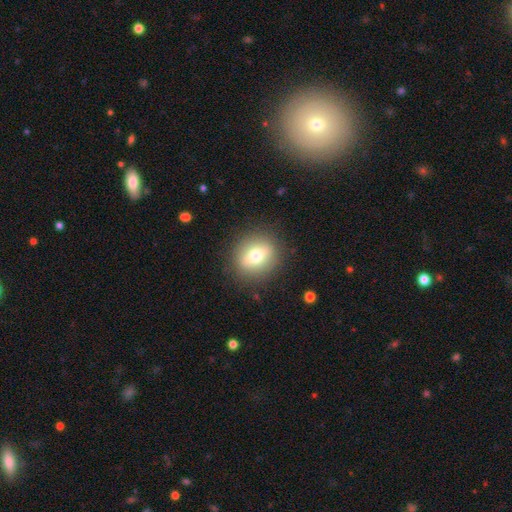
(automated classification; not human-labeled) The model was most divided on "smooth or featured": smooth: 65%, featured or disk: 26%, star or artifact: 10%. More confident: merging — none (86%); how rounded — round (71%).